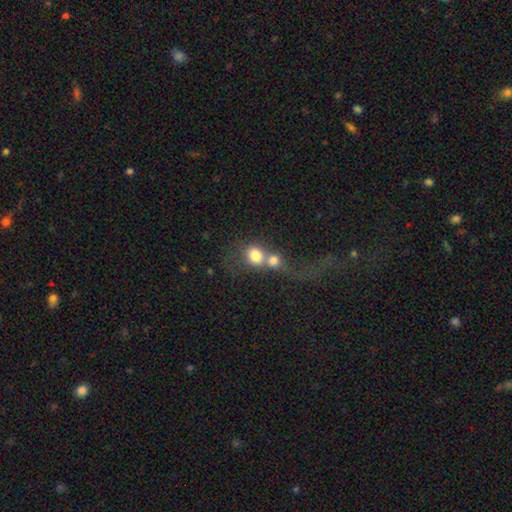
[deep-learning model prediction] Overall: smooth (72%). How rounded: round (67%; in between 32%). Merging: merger (73%).